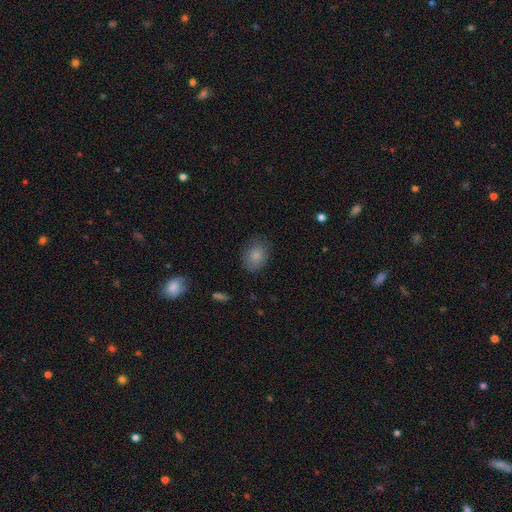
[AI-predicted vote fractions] Morphology: type=smooth (84%); roundness=in between (68%); merging=none (77%).